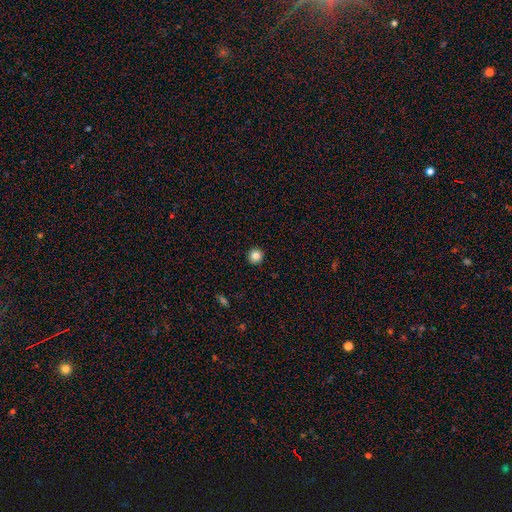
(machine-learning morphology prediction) Overall: smooth (84%). How rounded: round (95%). Merging: none (93%).